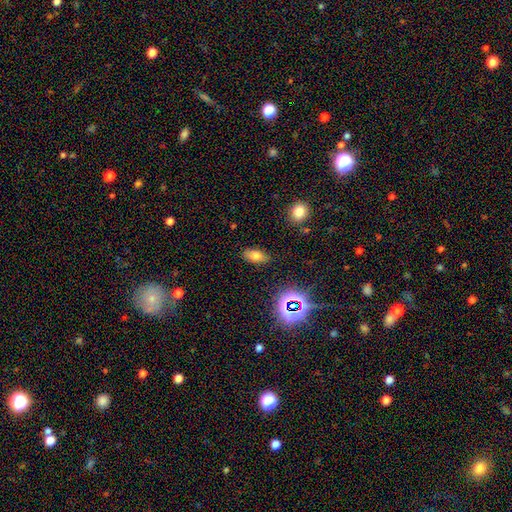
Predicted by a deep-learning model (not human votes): Morphology: type=smooth (68%); roundness=in between (87%); merging=none (82%).